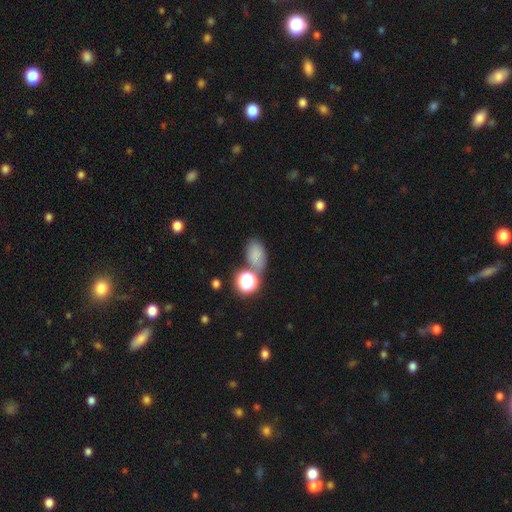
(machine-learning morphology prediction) A smooth galaxy with no disk features (75%) that is in between round and cigar-shaped (80%). Merging: none (59%).